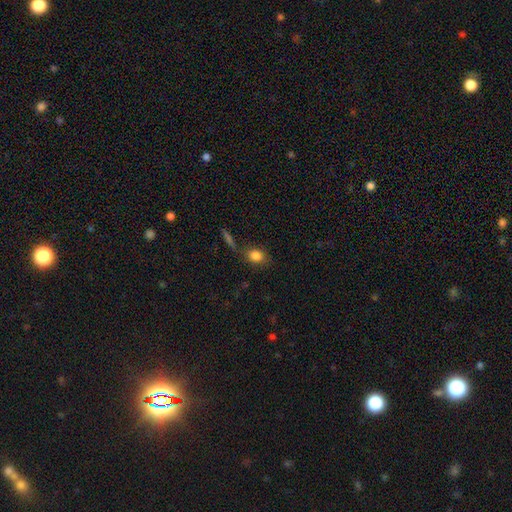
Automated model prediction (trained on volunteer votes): This is clearly a smooth galaxy (82%). How rounded: possibly in between (59%). Merging: likely none (69%).